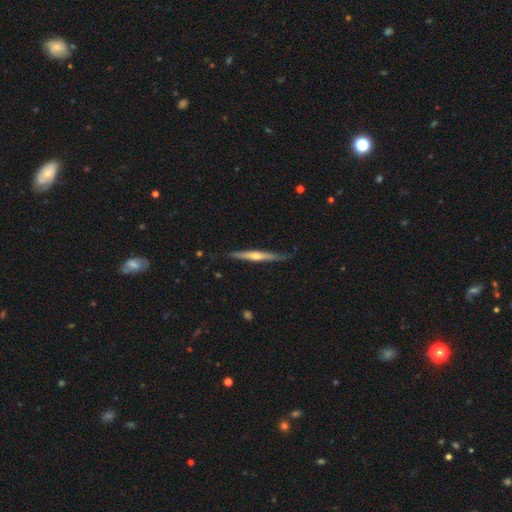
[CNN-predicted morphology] Q: Smooth or featured?
A: featured or disk (67%); runner-up: smooth (27%)
Q: Edge-on disk?
A: yes (97%); runner-up: no (3%)
Q: Edge-on bulge?
A: rounded (80%); runner-up: none (15%)
Q: Merging?
A: none (81%); runner-up: minor disturbance (15%)